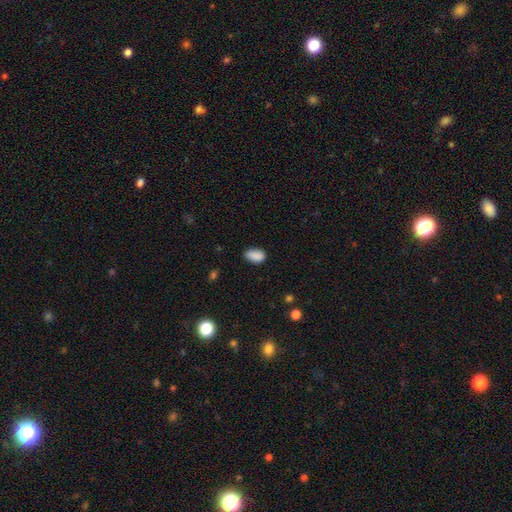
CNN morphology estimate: Smooth or featured? Predicted: smooth (p=0.88). How rounded? Predicted: in between (p=0.90). Merging? Predicted: none (p=0.73).